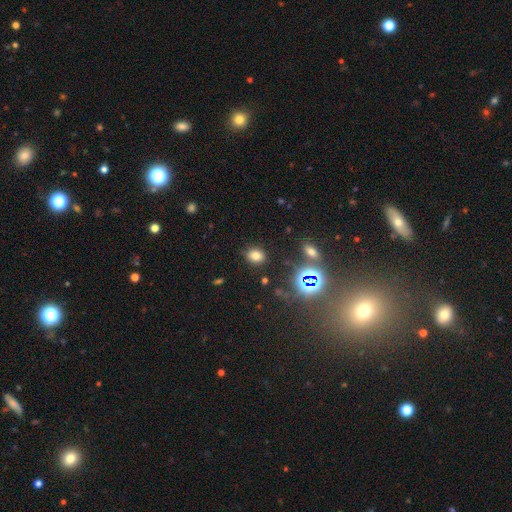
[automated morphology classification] type=smooth (73%); roundness=round (53%); merging=none (84%).